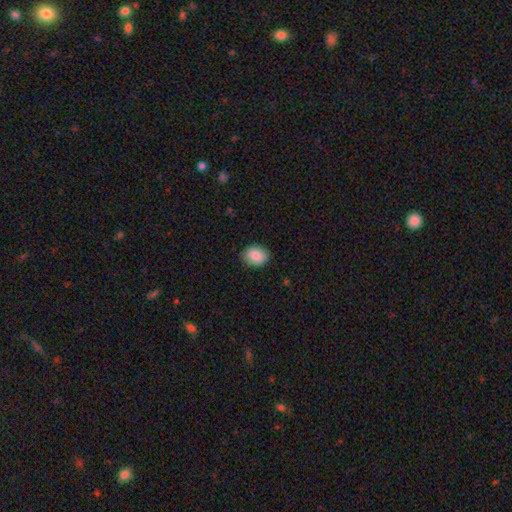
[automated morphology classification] This is clearly a smooth galaxy (87%). How rounded: likely in between (61%). Merging: clearly none (86%).